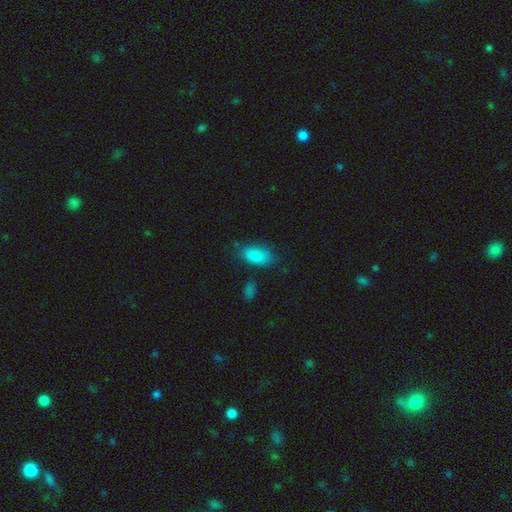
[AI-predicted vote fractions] Smooth or featured? smooth (86%)
How rounded? in between (91%)
Merging? none (65%)